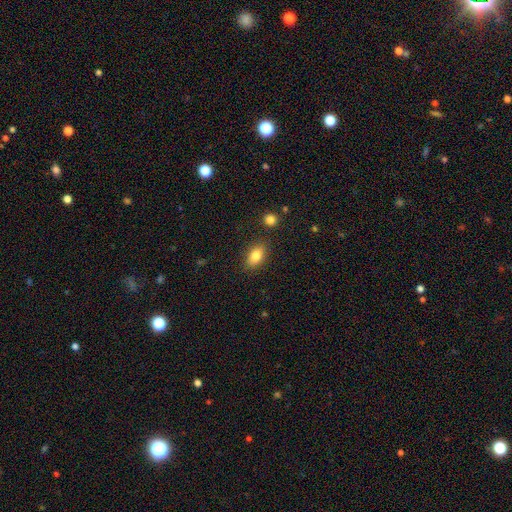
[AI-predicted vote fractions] The model was most divided on "smooth or featured": smooth: 83%, featured or disk: 9%, star or artifact: 8%. More confident: how rounded — in between (88%); merging — none (85%).